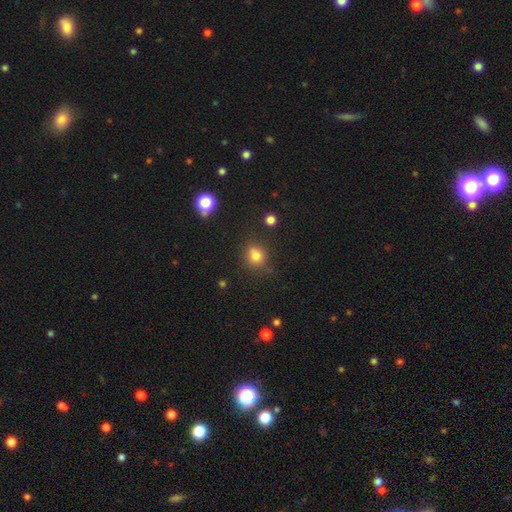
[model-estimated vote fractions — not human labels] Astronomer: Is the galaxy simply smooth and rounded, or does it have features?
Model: smooth — 80%.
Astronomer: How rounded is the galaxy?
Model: round — 74%.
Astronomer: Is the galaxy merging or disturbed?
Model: none — 75%.